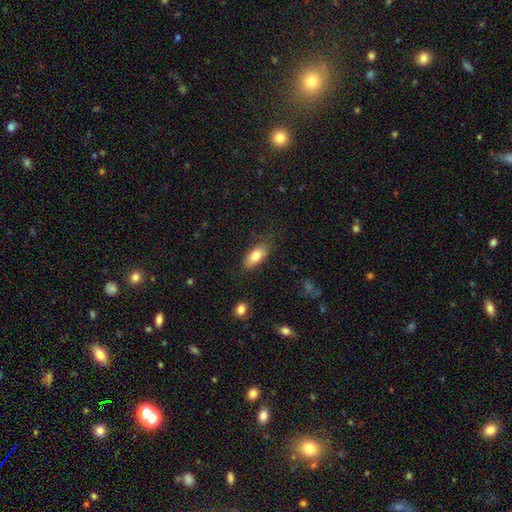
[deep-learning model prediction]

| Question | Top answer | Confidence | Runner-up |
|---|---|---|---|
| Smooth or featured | smooth | 79% | featured or disk (14%) |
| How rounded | in between | 86% | cigar-shaped (10%) |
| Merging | none | 77% | minor disturbance (18%) |